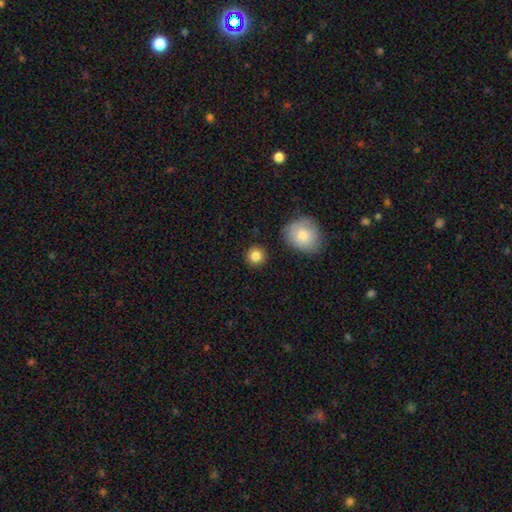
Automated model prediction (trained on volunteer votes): smooth 85%, star or artifact 9%, featured or disk 6%. Down the decision tree: how rounded — round (93%); merging — none (89%).